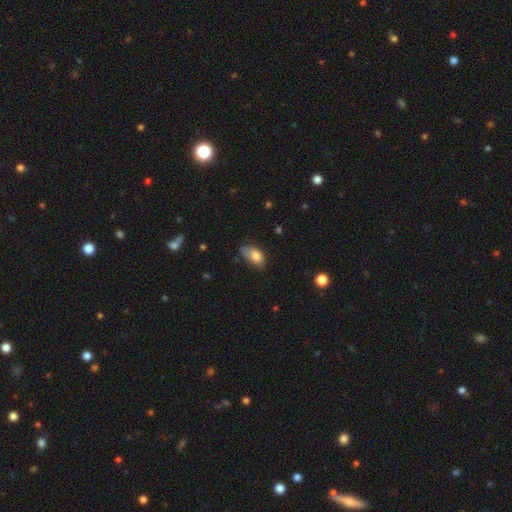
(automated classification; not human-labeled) A smooth galaxy with no disk features (78%) that is in between round and cigar-shaped (87%).

Vote fractions:
- Smooth or featured? smooth: 78% / featured or disk: 13% / star or artifact: 9%
- How rounded? in between: 87% / round: 9% / cigar-shaped: 4%
- Merging? minor disturbance: 41% / none: 38% / major disturbance: 17% / merger: 4%